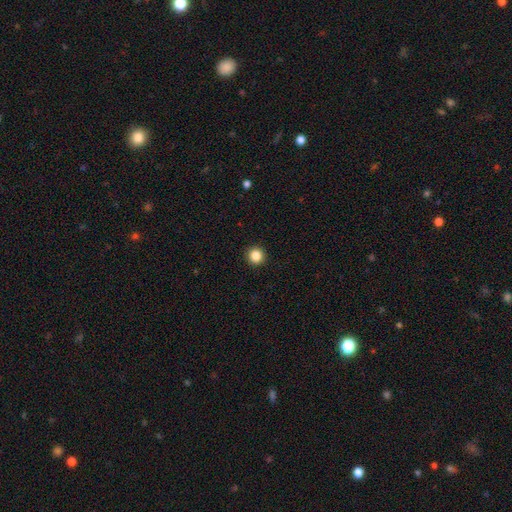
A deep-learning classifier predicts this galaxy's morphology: The model was most divided on "smooth or featured": smooth: 85%, star or artifact: 11%, featured or disk: 4%. More confident: how rounded — round (95%); merging — none (94%).